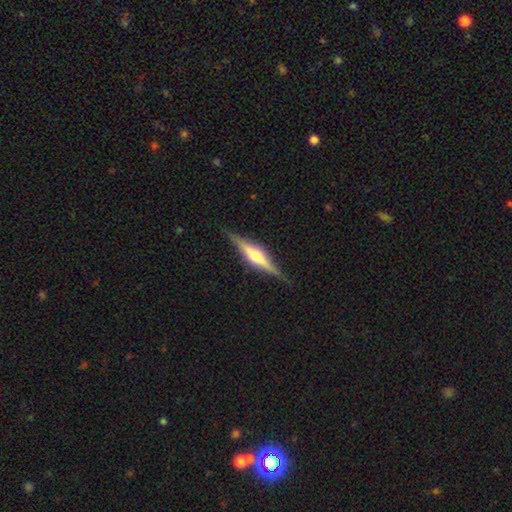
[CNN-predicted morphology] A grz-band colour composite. It shows a featured or disk galaxy (78%) viewed edge-on (98%) with a rounded central bulge (86%). Merging: none (88%).